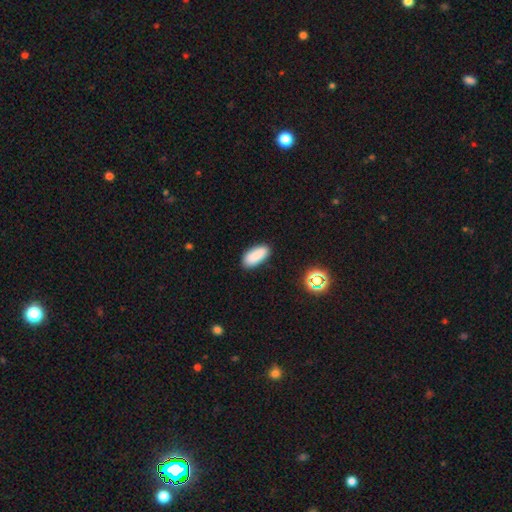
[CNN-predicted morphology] A smooth galaxy with no disk features (88%) that is in between round and cigar-shaped (88%). Merging: none (86%).